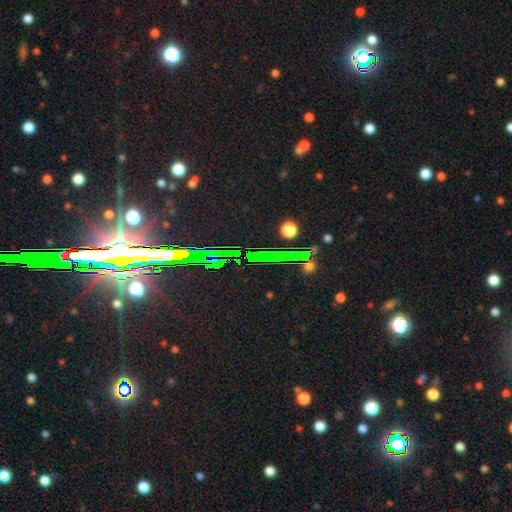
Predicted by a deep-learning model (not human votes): smooth_or_featured: star or artifact (p=0.78) [alt: featured or disk p=0.12]